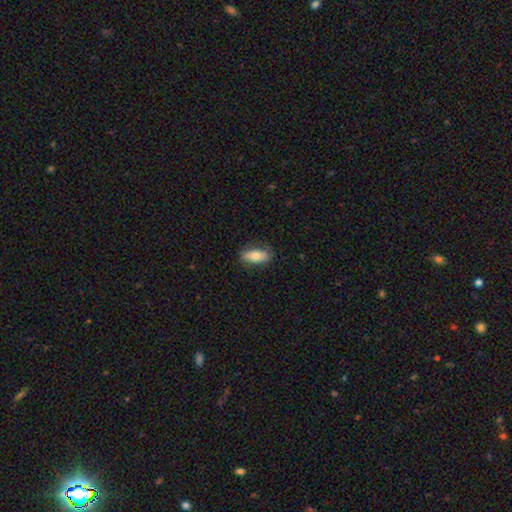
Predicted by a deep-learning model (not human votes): A smooth galaxy with no disk features (71%) that is in between round and cigar-shaped (85%).

Vote fractions:
- Smooth or featured? smooth: 71% / featured or disk: 23% / star or artifact: 6%
- How rounded? in between: 85% / cigar-shaped: 12% / round: 4%
- Merging? none: 81% / minor disturbance: 14% / major disturbance: 3% / merger: 1%